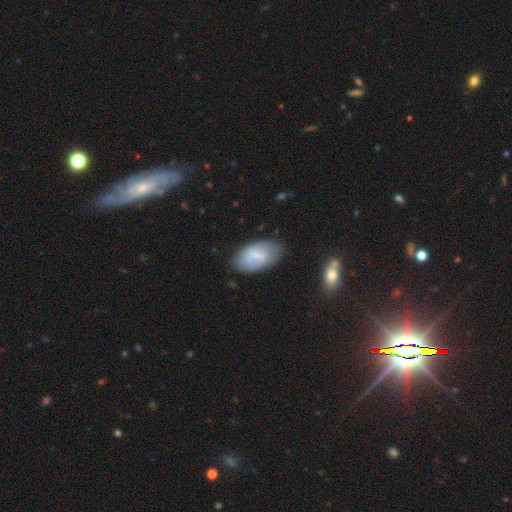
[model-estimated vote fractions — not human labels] A smooth galaxy with no disk features (63%) that is in between round and cigar-shaped (94%).

Vote fractions:
- Smooth or featured? smooth: 63% / featured or disk: 30% / star or artifact: 7%
- How rounded? in between: 94% / round: 4% / cigar-shaped: 2%
- Merging? none: 72% / minor disturbance: 20% / major disturbance: 5% / merger: 2%